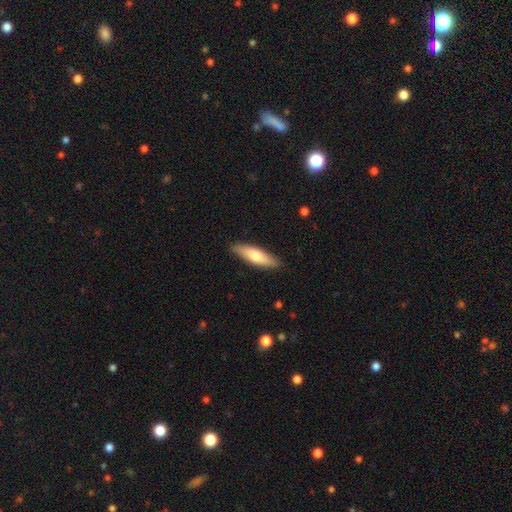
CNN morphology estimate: Smooth or featured? smooth (67%)
How rounded? cigar-shaped (62%)
Merging? none (88%)